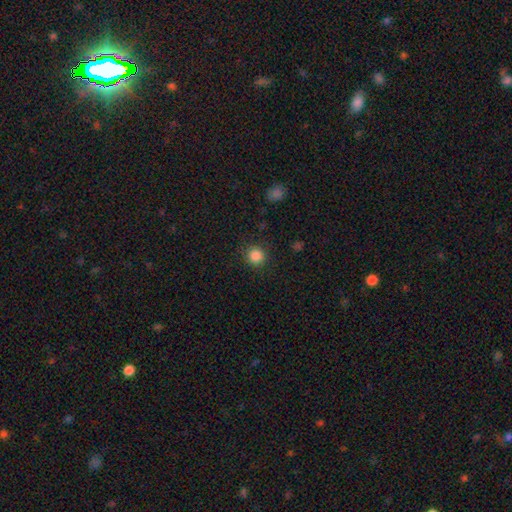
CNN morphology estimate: This is clearly a smooth galaxy (86%). How rounded: clearly round (94%). Merging: clearly none (90%).